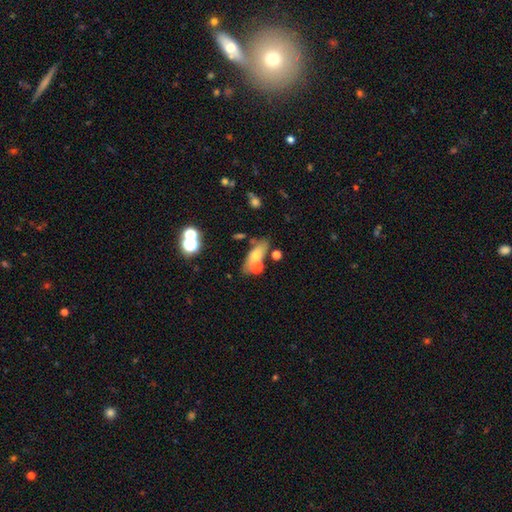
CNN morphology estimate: Q: Smooth or featured?
A: smooth (63%); runner-up: featured or disk (26%)
Q: How rounded?
A: in between (66%); runner-up: cigar-shaped (27%)
Q: Merging?
A: none (58%); runner-up: merger (21%)